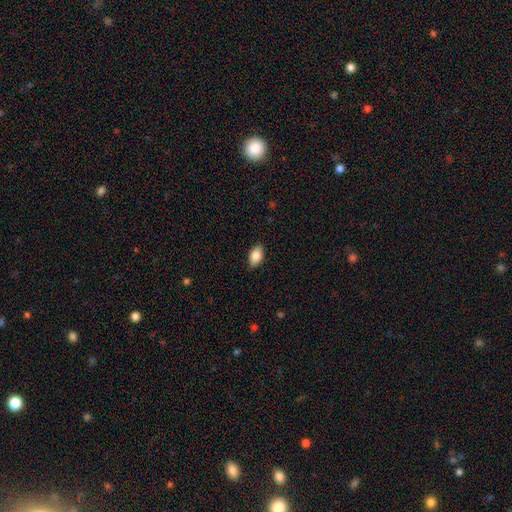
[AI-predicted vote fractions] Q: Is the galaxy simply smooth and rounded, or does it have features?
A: smooth — 85%.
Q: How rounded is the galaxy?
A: in between — 92%.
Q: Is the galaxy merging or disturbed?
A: none — 87%.